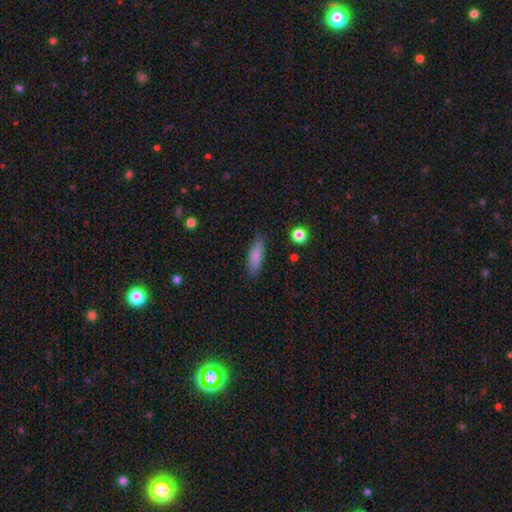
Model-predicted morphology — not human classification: The model was most divided on "how rounded": cigar-shaped: 50%, in between: 48%, round: 2%. More confident: merging — none (82%); smooth or featured — smooth (81%).